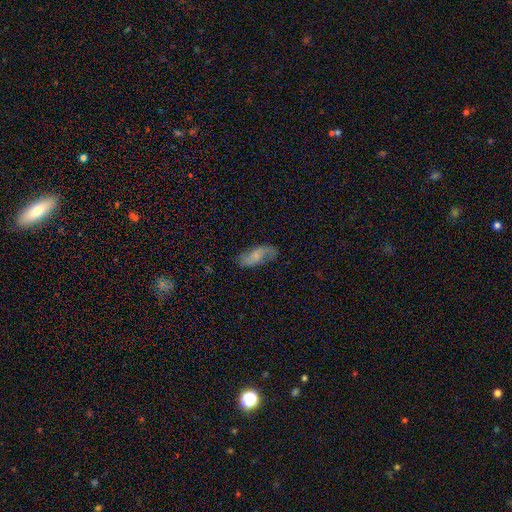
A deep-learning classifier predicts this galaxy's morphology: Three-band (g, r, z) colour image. It shows a smooth galaxy with no disk features (47%). Merging: none (70%).